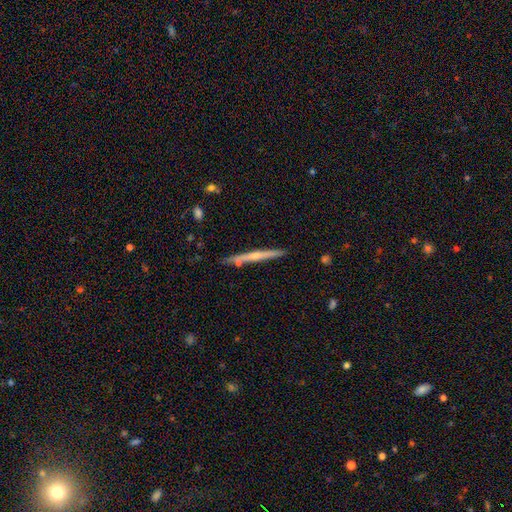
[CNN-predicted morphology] Q: Smooth or featured?
A: featured or disk (52%); runner-up: smooth (42%)
Q: Edge-on disk?
A: yes (97%); runner-up: no (3%)
Q: Edge-on bulge?
A: none (56%); runner-up: rounded (38%)
Q: Merging?
A: none (83%); runner-up: minor disturbance (11%)